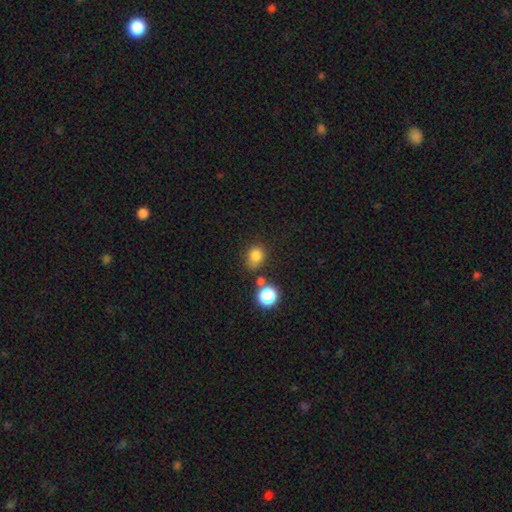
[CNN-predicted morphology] Smooth or featured? smooth (80%)
How rounded? round (63%)
Merging? none (63%)